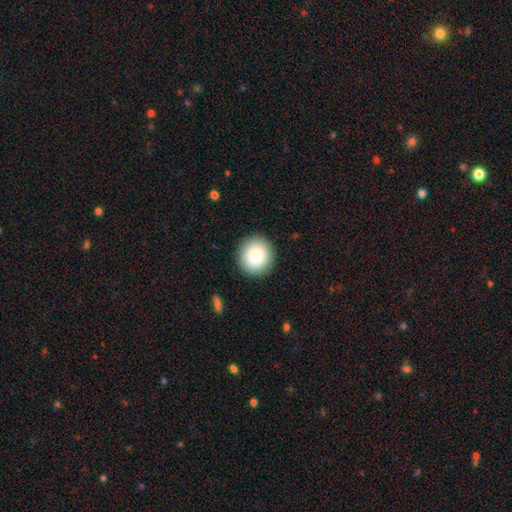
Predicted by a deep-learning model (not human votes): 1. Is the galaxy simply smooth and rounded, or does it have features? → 85% smooth, 8% star or artifact, 7% featured or disk.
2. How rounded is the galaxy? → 90% round, 9% in between, 1% cigar-shaped.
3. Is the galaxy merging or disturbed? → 91% none, 6% minor disturbance, 2% major disturbance, 1% merger.